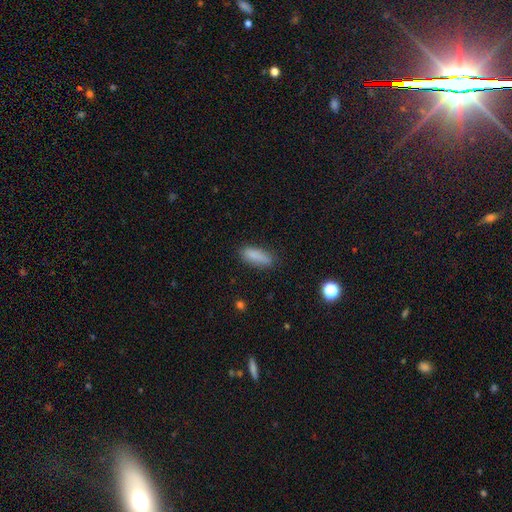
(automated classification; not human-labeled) smooth 86%, star or artifact 8%, featured or disk 6%. Down the decision tree: how rounded — in between (62%); merging — none (79%).